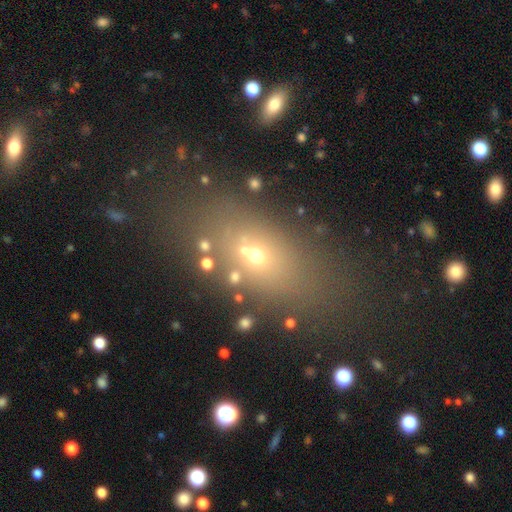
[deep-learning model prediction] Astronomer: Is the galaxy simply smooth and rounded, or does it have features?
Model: smooth — 52%.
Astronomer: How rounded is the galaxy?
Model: in between — 72%.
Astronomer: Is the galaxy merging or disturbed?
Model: none — 63%.